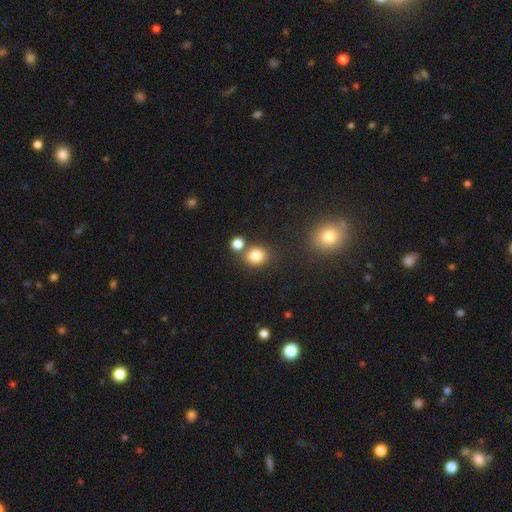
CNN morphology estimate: Smooth or featured?
  - smooth: 82% *
  - star or artifact: 12%
  - featured or disk: 6%
How rounded?
  - round: 73% *
  - in between: 26%
  - cigar-shaped: 1%
Merging?
  - none: 70% *
  - merger: 17%
  - minor disturbance: 10%
  - major disturbance: 3%